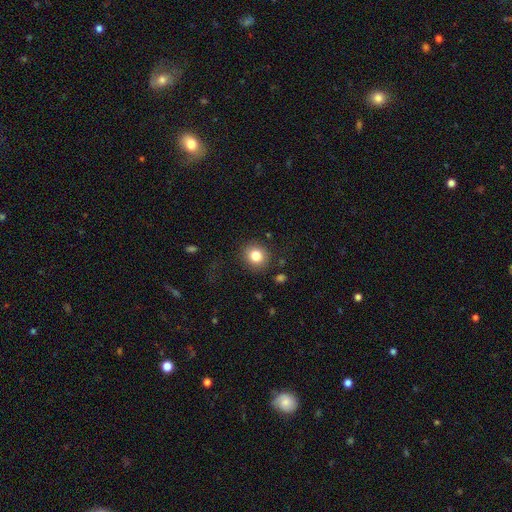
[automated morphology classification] smooth-or-featured: smooth: 82% | star or artifact: 11% | featured or disk: 7%
  how-rounded: round: 85% | in between: 14% | cigar-shaped: 1%
  merging: none: 87% | minor disturbance: 8% | major disturbance: 3% | merger: 1%